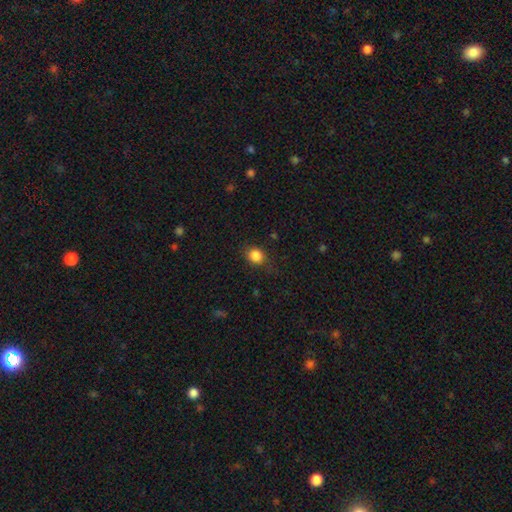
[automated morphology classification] A smooth galaxy with no disk features (85%) that is round (61%).

Vote fractions:
- Smooth or featured? smooth: 85% / star or artifact: 10% / featured or disk: 5%
- How rounded? round: 61% / in between: 37% / cigar-shaped: 1%
- Merging? none: 77% / minor disturbance: 17% / major disturbance: 5% / merger: 1%